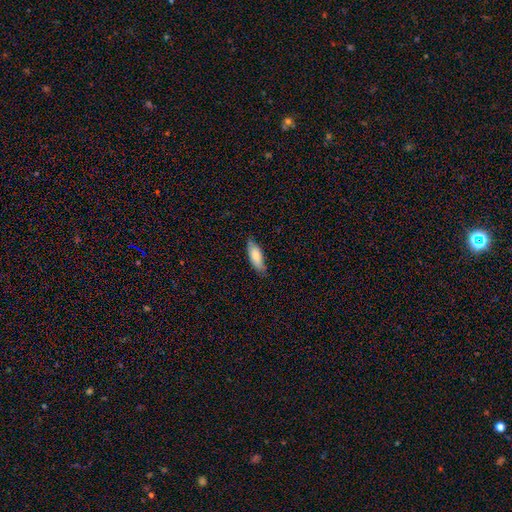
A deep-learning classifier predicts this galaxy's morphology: This appears to be a smooth galaxy with no disk features (79%) that is in between round and cigar-shaped (68%). Merging: none (77%).